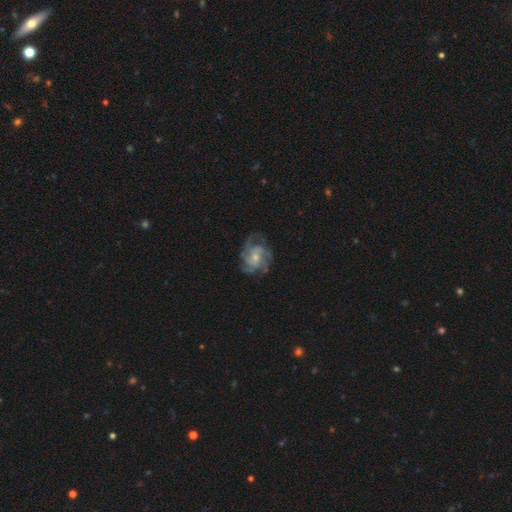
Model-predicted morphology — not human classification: smooth-or-featured: featured or disk: 84% | smooth: 9% | star or artifact: 6%
  disk-edge-on: no: 98% | yes: 2%
    bar: no: 64% | weak: 32% | strong: 5%
    has-spiral-arms: yes: 96% | no: 4%
      spiral-winding: medium: 45% | tight: 44% | loose: 11%
      spiral-arm-count: 4: 33% | 3: 26% | can't tell: 19% | 2: 9% | more than 4: 8% | 1: 6%
    bulge-size: small: 54% | moderate: 38% | none: 4% | large: 3% | dominant: 1%
  merging: none: 71% | minor disturbance: 17% | major disturbance: 10% | merger: 1%